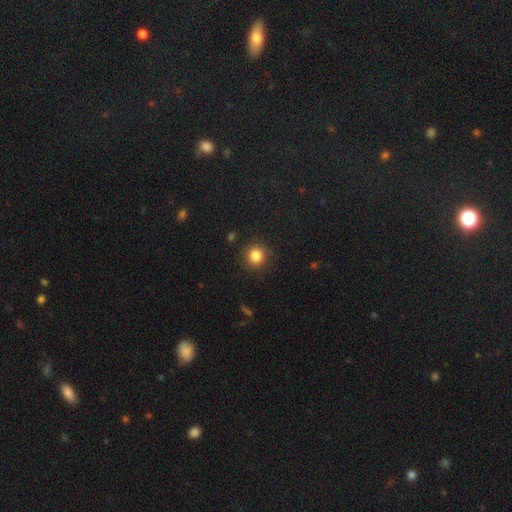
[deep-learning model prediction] This is clearly a smooth galaxy (84%). How rounded: clearly round (92%). Merging: clearly none (90%).